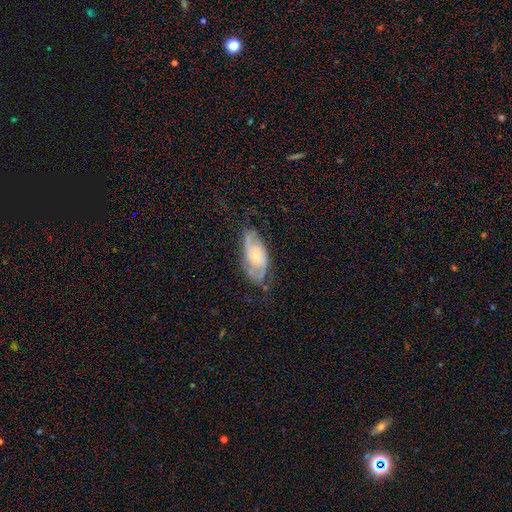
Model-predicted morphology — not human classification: Smooth or featured: featured or disk — 74% (smooth — 20%)
Edge-on disk: no — 93% (yes — 7%)
Bar: no — 71% (weak — 25%)
Spiral arms: yes — 90% (no — 10%)
Spiral winding: medium — 44% (tight — 37%)
Spiral arm count: 2 — 64% (can't tell — 21%)
Bulge size: small — 59% (moderate — 36%)
Merging: none — 65% (minor disturbance — 24%)